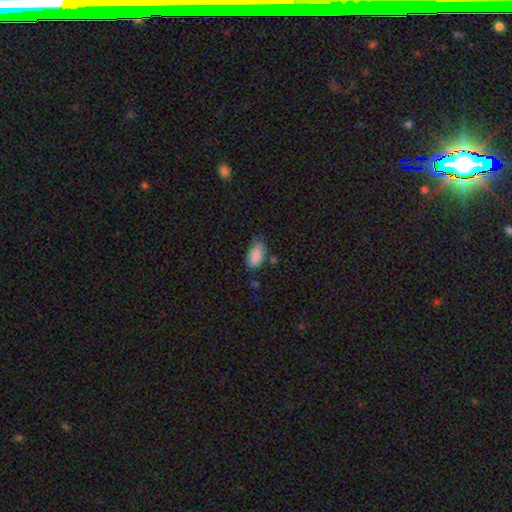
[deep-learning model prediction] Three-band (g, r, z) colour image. It shows a smooth galaxy with no disk features (86%) that is in between round and cigar-shaped (93%). Merging: none (61%).